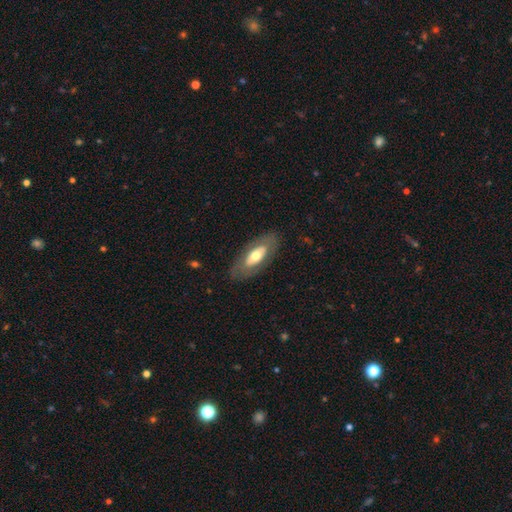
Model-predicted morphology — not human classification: smooth 51%, featured or disk 44%, star or artifact 5%. Down the decision tree: how rounded — in between (82%); merging — none (81%).